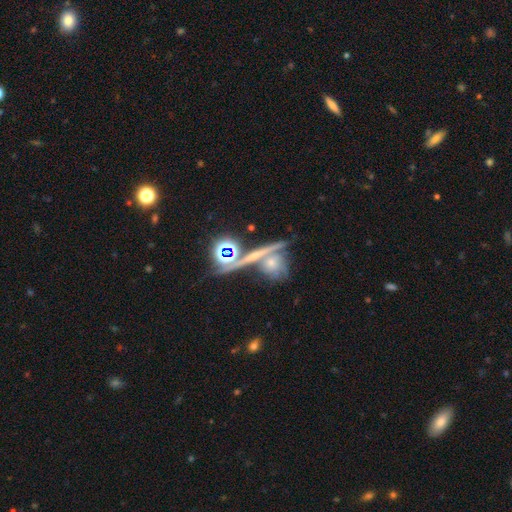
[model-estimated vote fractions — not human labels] Q: Smooth or featured?
A: featured or disk (39%); runner-up: star or artifact (38%)
Q: Merging?
A: none (50%); runner-up: merger (31%)